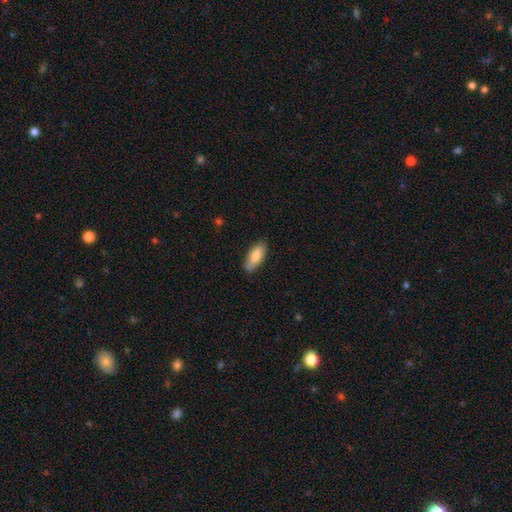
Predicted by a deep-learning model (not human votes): Smooth or featured? smooth (82%)
How rounded? in between (83%)
Merging? none (82%)